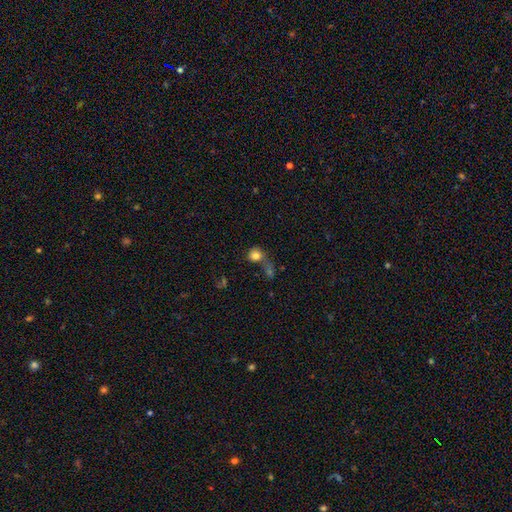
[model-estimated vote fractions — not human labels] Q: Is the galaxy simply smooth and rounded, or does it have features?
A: smooth — 79%.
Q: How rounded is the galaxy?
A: round — 75%.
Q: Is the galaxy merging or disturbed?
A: merger — 42%.